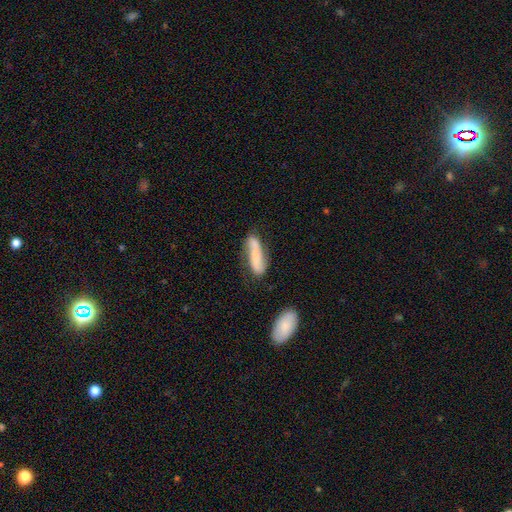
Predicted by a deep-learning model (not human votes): Morphology: type=smooth (59%); roundness=cigar-shaped (59%); merging=none (57%).